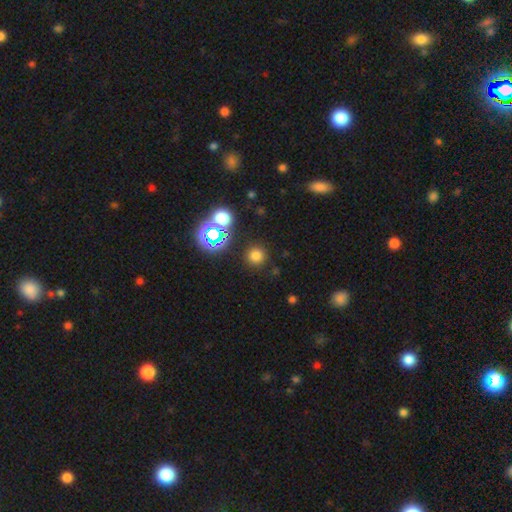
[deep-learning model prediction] Q: Smooth or featured?
A: smooth (71%); runner-up: star or artifact (23%)
Q: How rounded?
A: round (94%); runner-up: in between (5%)
Q: Merging?
A: none (86%); runner-up: minor disturbance (7%)